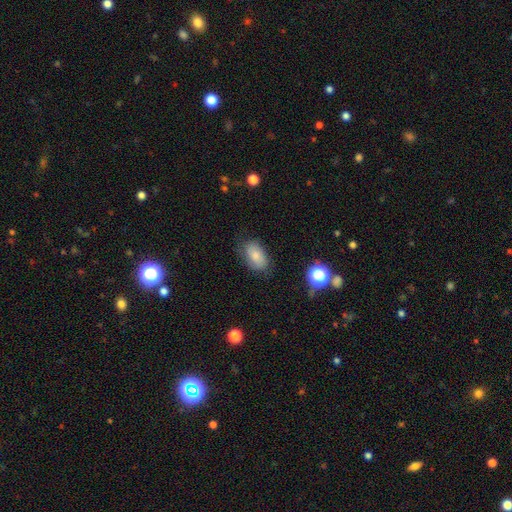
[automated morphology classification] smooth-or-featured: smooth: 77% | featured or disk: 14% | star or artifact: 9%
  how-rounded: in between: 90% | round: 8% | cigar-shaped: 2%
  merging: none: 71% | minor disturbance: 21% | major disturbance: 7% | merger: 2%